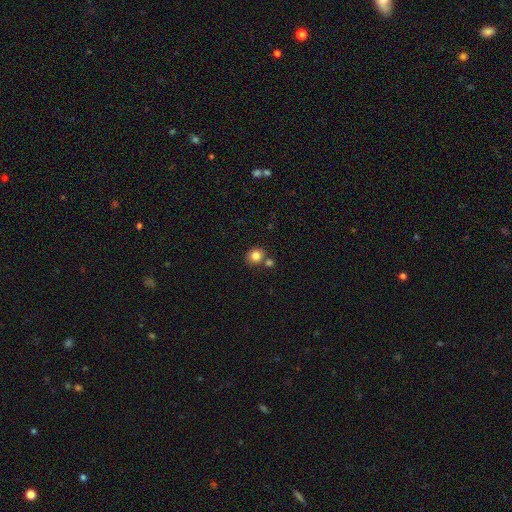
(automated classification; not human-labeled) Smooth or featured? smooth (83%)
How rounded? round (82%)
Merging? none (68%)